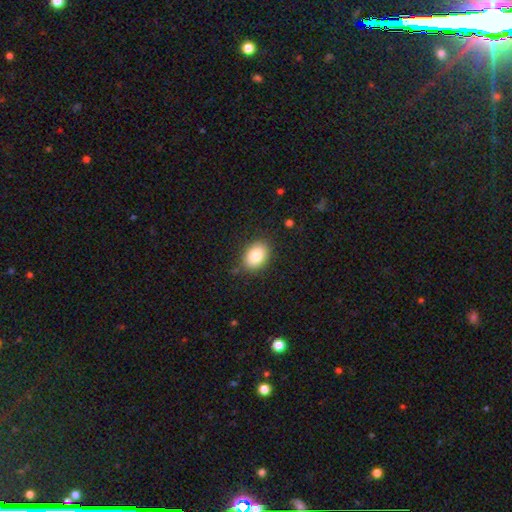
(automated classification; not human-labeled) smooth-or-featured: smooth: 84% | star or artifact: 8% | featured or disk: 8%
  how-rounded: in between: 74% | round: 25% | cigar-shaped: 1%
  merging: none: 83% | minor disturbance: 13% | major disturbance: 3% | merger: 1%